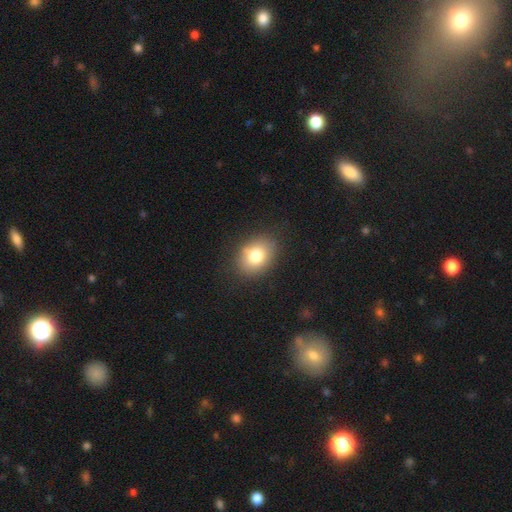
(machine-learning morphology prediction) smooth-or-featured: smooth: 79% | featured or disk: 11% | star or artifact: 10%
  how-rounded: in between: 68% | round: 31% | cigar-shaped: 1%
  merging: none: 84% | minor disturbance: 11% | major disturbance: 3% | merger: 1%